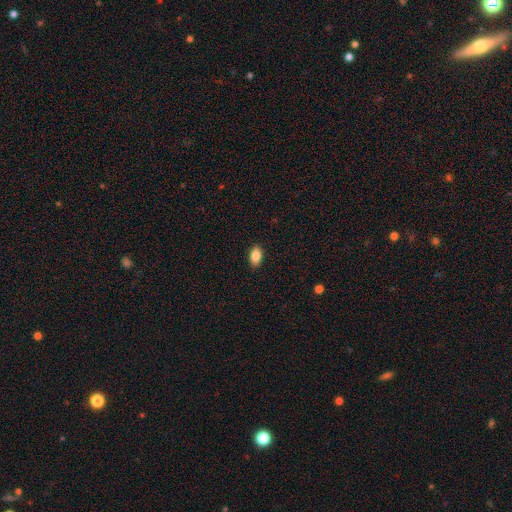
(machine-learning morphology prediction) This is clearly a smooth galaxy (87%). How rounded: clearly in between (92%). Merging: clearly none (89%).